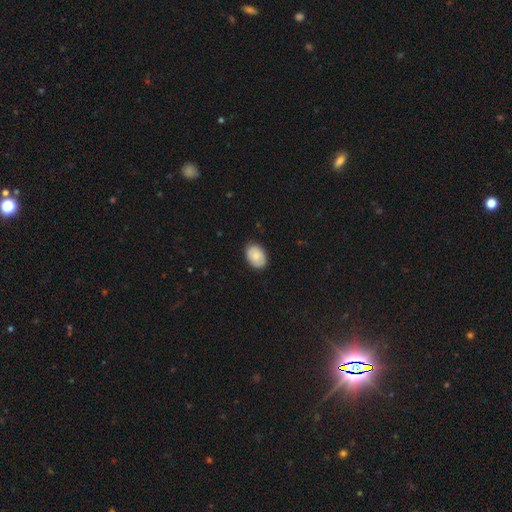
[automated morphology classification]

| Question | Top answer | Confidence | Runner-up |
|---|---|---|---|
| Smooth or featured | smooth | 74% | featured or disk (19%) |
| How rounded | in between | 82% | round (17%) |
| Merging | none | 85% | minor disturbance (12%) |